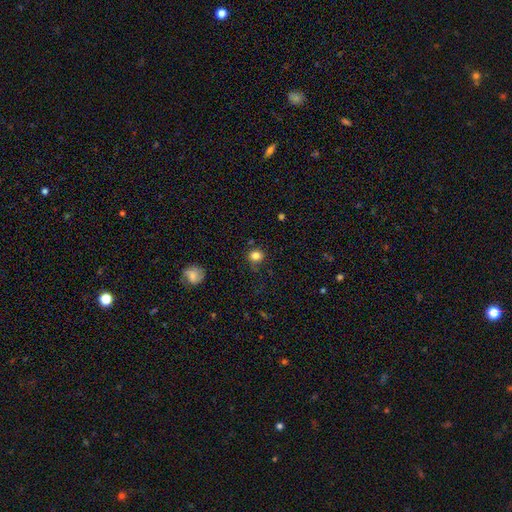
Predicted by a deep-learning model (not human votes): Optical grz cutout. It shows a smooth galaxy with no disk features (83%) that is round (81%). Merging: none (76%).